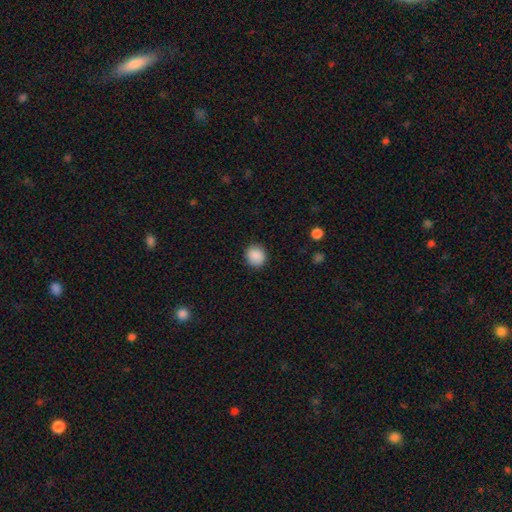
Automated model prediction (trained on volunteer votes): This is clearly a smooth galaxy (89%). How rounded: clearly round (81%). Merging: clearly none (89%).